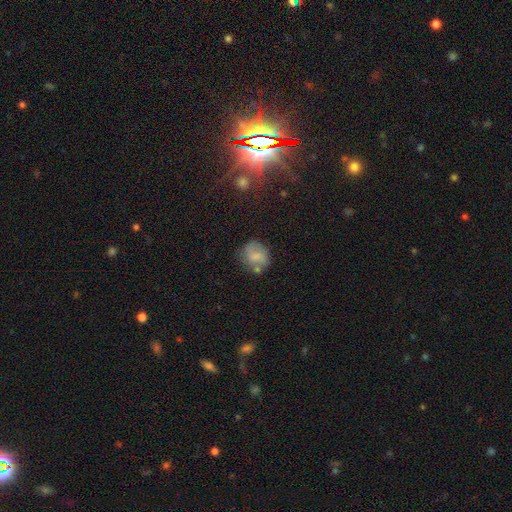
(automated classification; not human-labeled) A smooth galaxy with no disk features (60%) that is round (70%).

Vote fractions:
- Smooth or featured? smooth: 60% / featured or disk: 30% / star or artifact: 10%
- How rounded? round: 70% / in between: 29% / cigar-shaped: 1%
- Merging? none: 59% / minor disturbance: 23% / merger: 9% / major disturbance: 9%